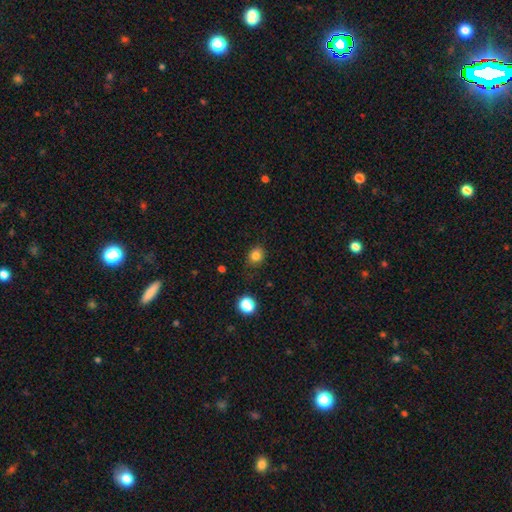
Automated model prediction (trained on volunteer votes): Morphology: type=smooth (82%); roundness=round (64%); merging=none (77%).